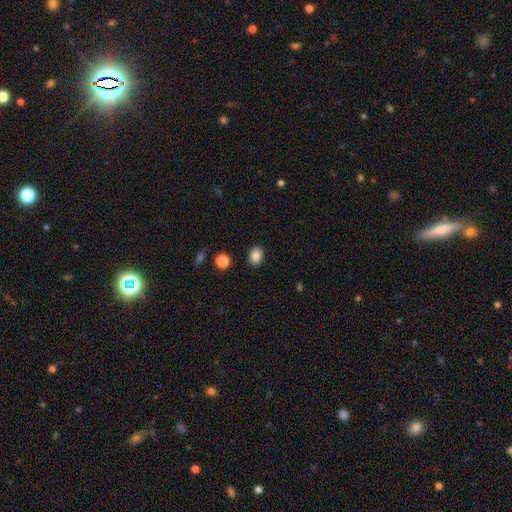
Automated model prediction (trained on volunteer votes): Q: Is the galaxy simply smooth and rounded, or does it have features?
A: smooth — 86%.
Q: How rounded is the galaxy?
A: in between — 56%.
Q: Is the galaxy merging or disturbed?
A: none — 88%.